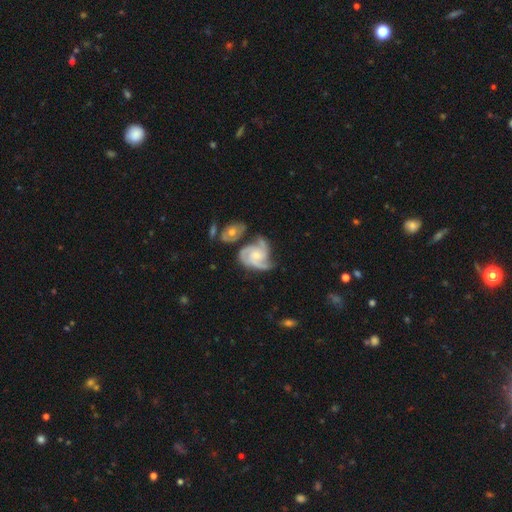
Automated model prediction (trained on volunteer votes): Smooth or featured: featured or disk — 86% (smooth — 9%)
Edge-on disk: no — 98% (yes — 2%)
Bar: no — 72% (weak — 24%)
Spiral arms: yes — 97% (no — 3%)
Spiral winding: medium — 48% (tight — 40%)
Spiral arm count: 3 — 64% (2 — 15%)
Bulge size: small — 51% (moderate — 39%)
Merging: none — 46% (minor disturbance — 24%)